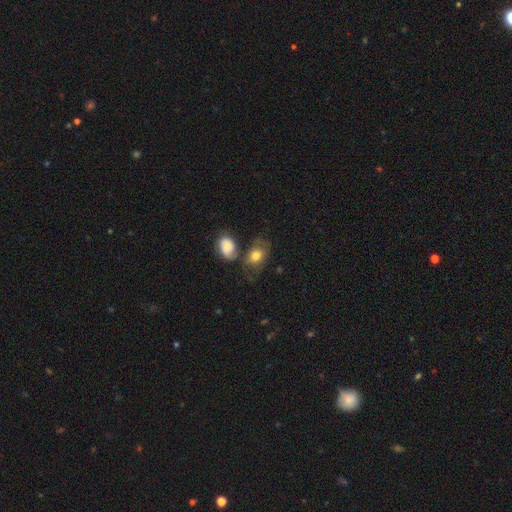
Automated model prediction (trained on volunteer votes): Morphology: type=smooth (71%); roundness=in between (74%); merging=none (43%).